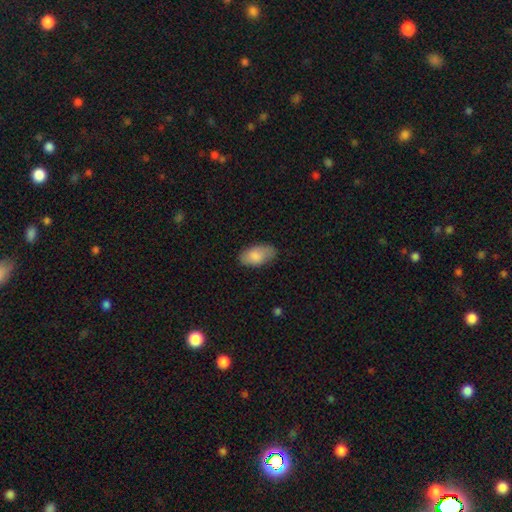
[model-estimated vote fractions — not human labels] Morphology: type=smooth (83%); roundness=in between (95%); merging=none (79%).